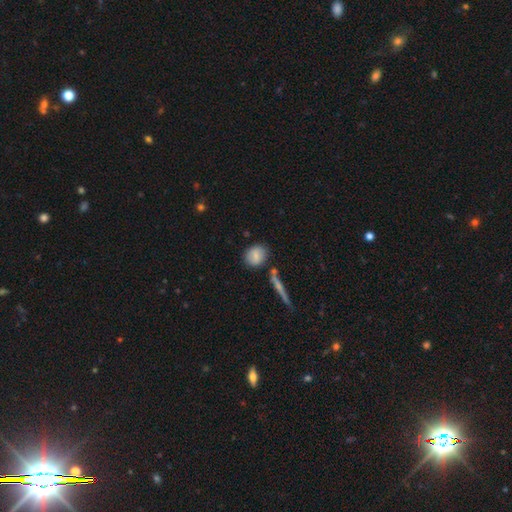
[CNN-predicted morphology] smooth 74%, featured or disk 18%, star or artifact 8%. Down the decision tree: how rounded — round (60%); merging — none (77%).